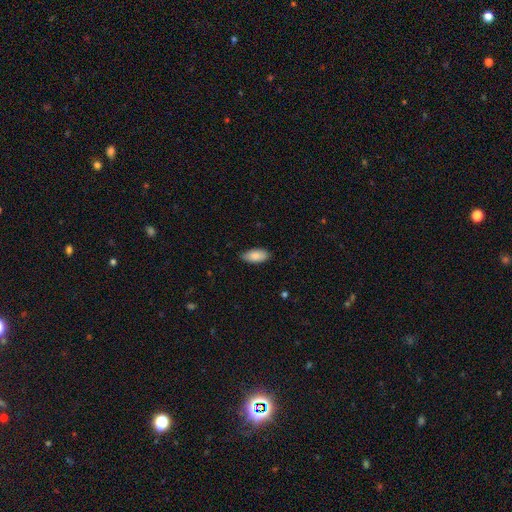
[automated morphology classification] Smooth or featured?
  - smooth: 86% *
  - featured or disk: 7%
  - star or artifact: 6%
How rounded?
  - in between: 92% *
  - cigar-shaped: 6%
  - round: 2%
Merging?
  - none: 84% *
  - minor disturbance: 13%
  - major disturbance: 2%
  - merger: 1%